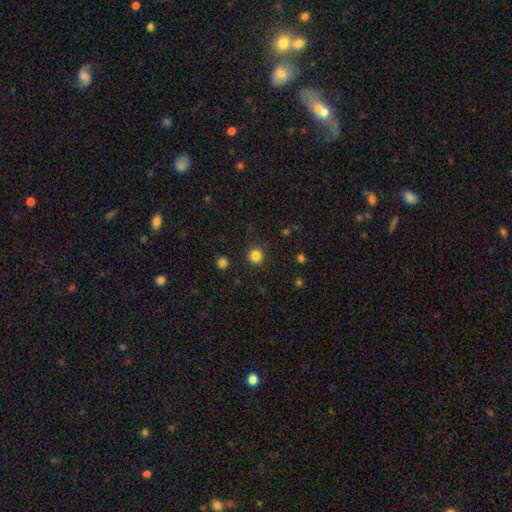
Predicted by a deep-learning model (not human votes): smooth_or_featured: smooth (p=0.84) [alt: star or artifact p=0.13]
how_rounded: round (p=0.95) [alt: in between p=0.04]
merging: none (p=0.90) [alt: minor disturbance p=0.06]